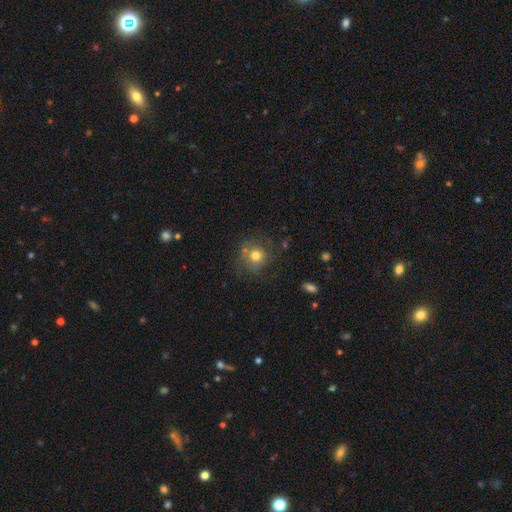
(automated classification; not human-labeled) A smooth galaxy with no disk features (64%) that is round (87%). Merging: none (63%).